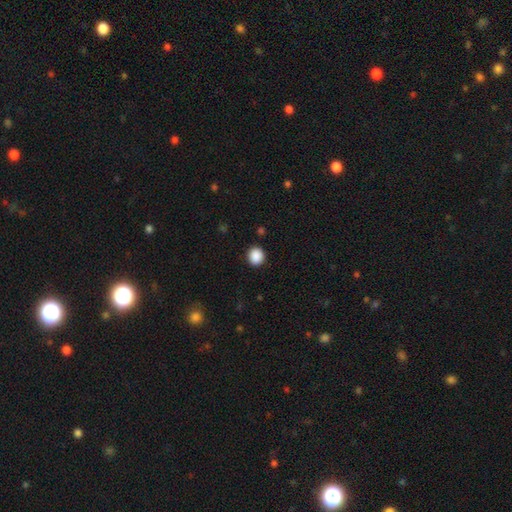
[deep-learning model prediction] A smooth galaxy with no disk features (89%) that is round (83%). Merging: none (90%).